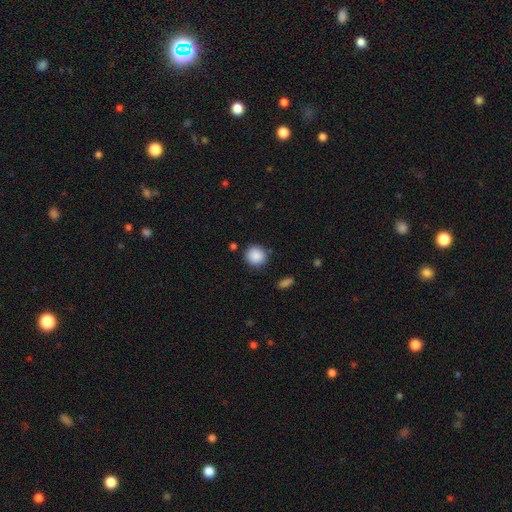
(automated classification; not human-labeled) This appears to be a smooth galaxy with no disk features (89%) that is round (90%). Merging: none (85%).